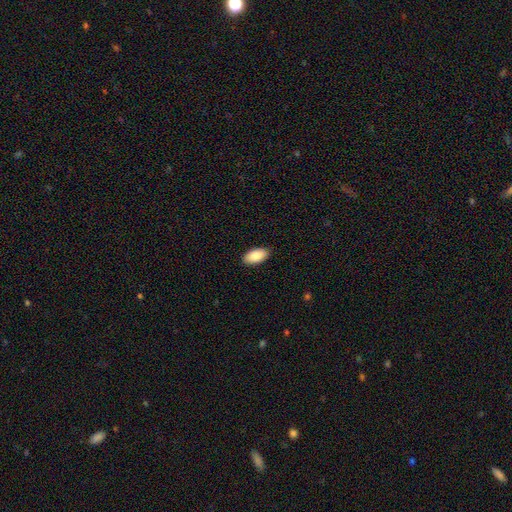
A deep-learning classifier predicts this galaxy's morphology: smooth-or-featured: smooth: 88% | star or artifact: 6% | featured or disk: 6%
  how-rounded: in between: 95% | cigar-shaped: 3% | round: 2%
  merging: none: 90% | minor disturbance: 7% | major disturbance: 2% | merger: 1%